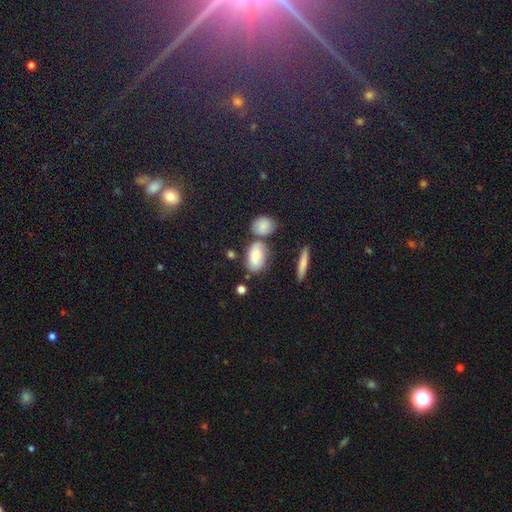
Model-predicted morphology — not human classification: Smooth or featured: smooth — 71% (featured or disk — 20%)
How rounded: in between — 86% (round — 10%)
Merging: none — 53% (merger — 20%)